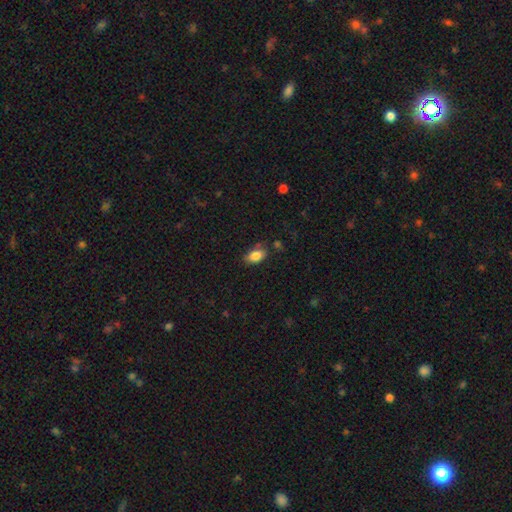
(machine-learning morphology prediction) This appears to be a smooth galaxy with no disk features (84%) that is in between round and cigar-shaped (90%). Merging: none (71%).